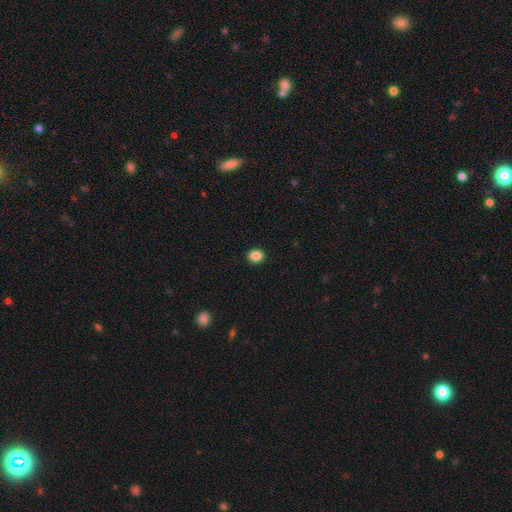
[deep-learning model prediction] smooth_or_featured: smooth (p=0.87) [alt: star or artifact p=0.10]
how_rounded: round (p=0.68) [alt: in between p=0.31]
merging: none (p=0.92) [alt: minor disturbance p=0.05]